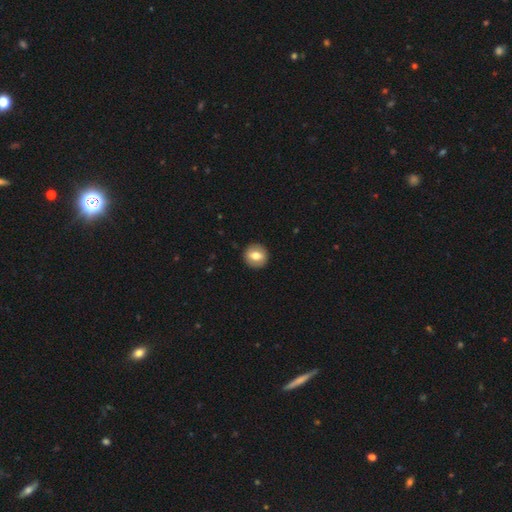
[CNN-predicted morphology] Overall: smooth (69%). How rounded: round (85%). Merging: none (91%).